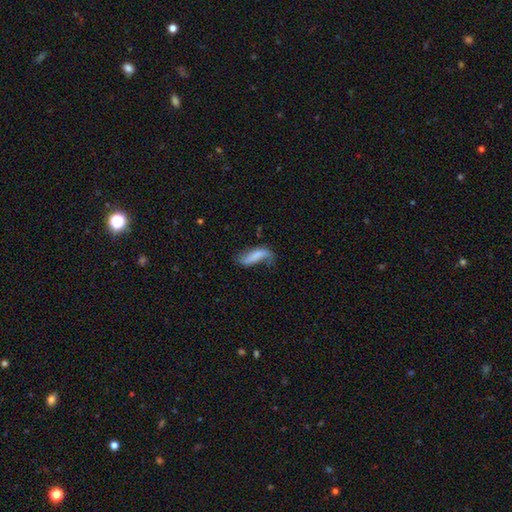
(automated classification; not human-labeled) smooth_or_featured: smooth (p=0.60) [alt: featured or disk p=0.32]
how_rounded: in between (p=0.54) [alt: cigar-shaped p=0.44]
merging: none (p=0.37) [alt: minor disturbance p=0.32]